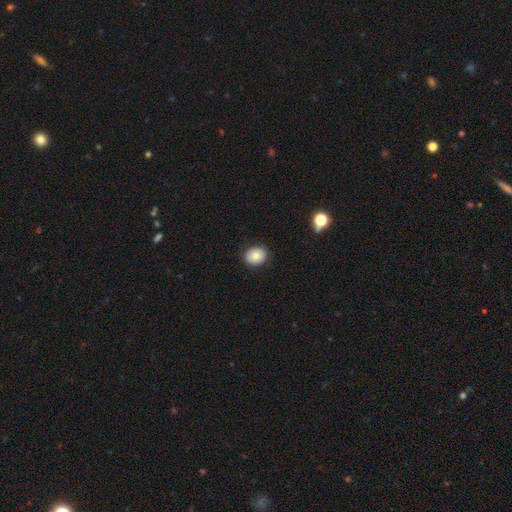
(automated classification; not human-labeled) This is likely a smooth galaxy (78%). How rounded: possibly round (52%). Merging: clearly none (85%).